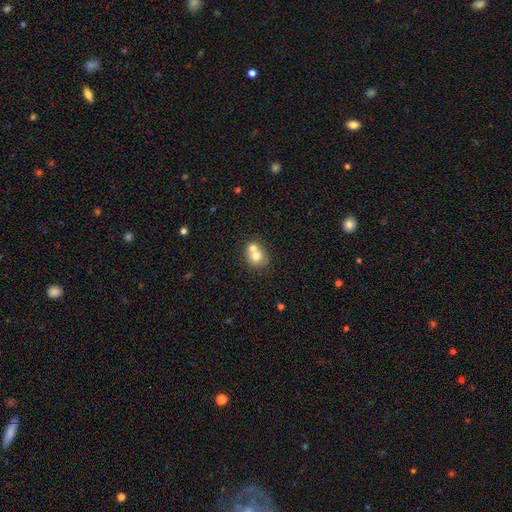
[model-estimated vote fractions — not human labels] Q: Smooth or featured?
A: smooth (70%); runner-up: featured or disk (20%)
Q: How rounded?
A: round (72%); runner-up: in between (28%)
Q: Merging?
A: merger (59%); runner-up: none (33%)